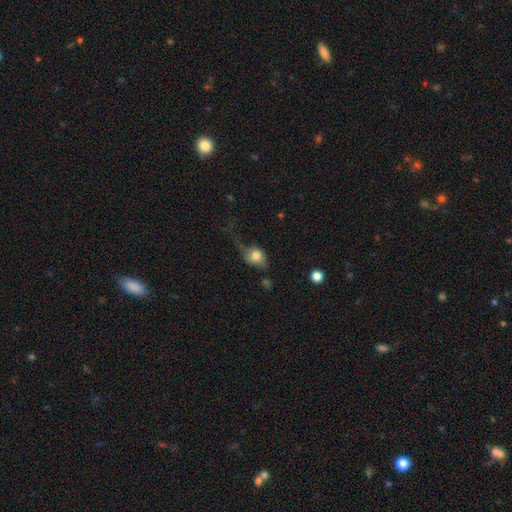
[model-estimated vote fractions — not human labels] This is likely a smooth galaxy (68%). How rounded: possibly in between (50%). Merging: marginally major disturbance (45%).